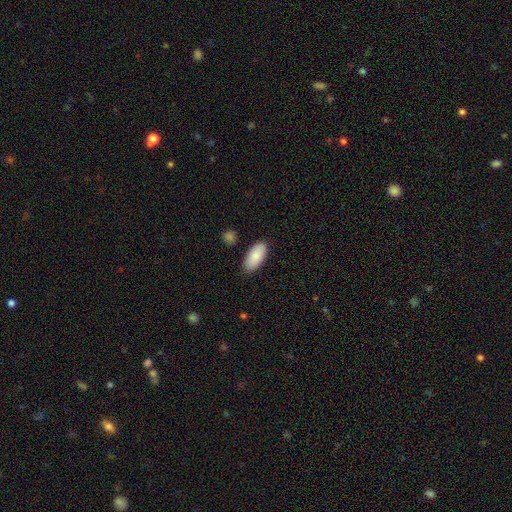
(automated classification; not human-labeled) Q: Smooth or featured?
A: smooth (87%); runner-up: featured or disk (7%)
Q: How rounded?
A: in between (92%); runner-up: cigar-shaped (6%)
Q: Merging?
A: none (85%); runner-up: minor disturbance (10%)